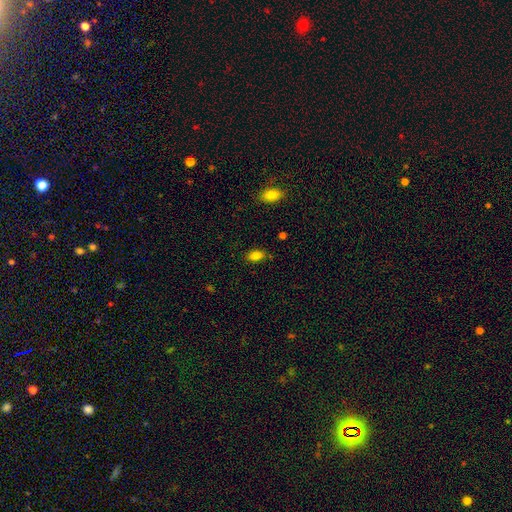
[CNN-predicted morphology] smooth-or-featured: smooth: 83% | star or artifact: 10% | featured or disk: 7%
  how-rounded: in between: 89% | round: 9% | cigar-shaped: 3%
  merging: none: 82% | minor disturbance: 12% | major disturbance: 3% | merger: 2%